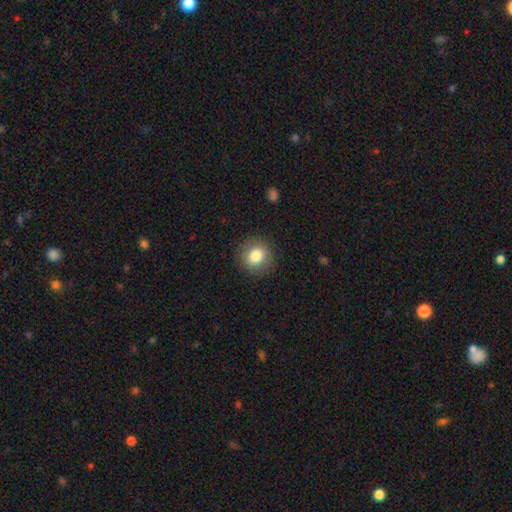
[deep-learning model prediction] Smooth or featured? smooth (82%)
How rounded? round (88%)
Merging? none (89%)